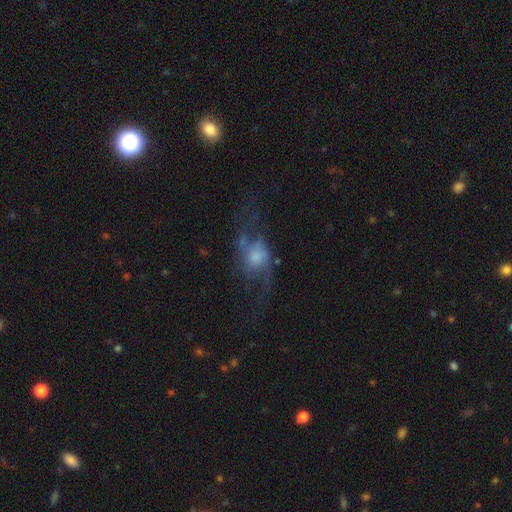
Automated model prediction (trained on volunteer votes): A featured or disk galaxy (62%) with no bar (68%), spiral arms (77%) and a moderate central bulge (34%).

Vote fractions:
- Smooth or featured? featured or disk: 62% / smooth: 28% / star or artifact: 11%
- Edge-on disk? no: 94% / yes: 6%
- Bar? no: 68% / weak: 27% / strong: 5%
- Spiral arms? yes: 77% / no: 23%
- Bulge size? moderate: 34% / small: 24% / large: 20% / none: 17% / dominant: 5%
- Merging? none: 40% / major disturbance: 37% / minor disturbance: 19% / merger: 4%